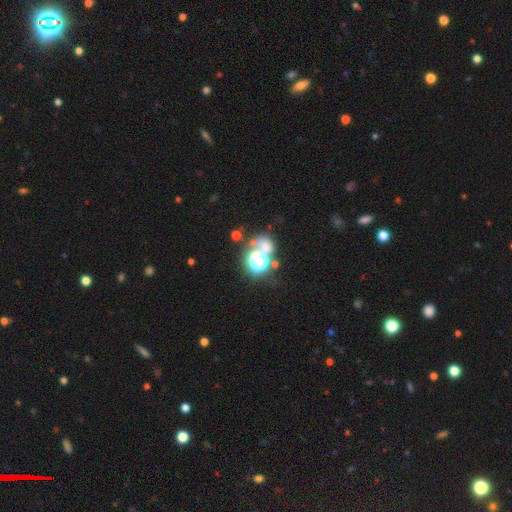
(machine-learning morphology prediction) smooth-or-featured: smooth: 42% | star or artifact: 41% | featured or disk: 17%
  merging: none: 42% | merger: 36% | major disturbance: 12% | minor disturbance: 10%